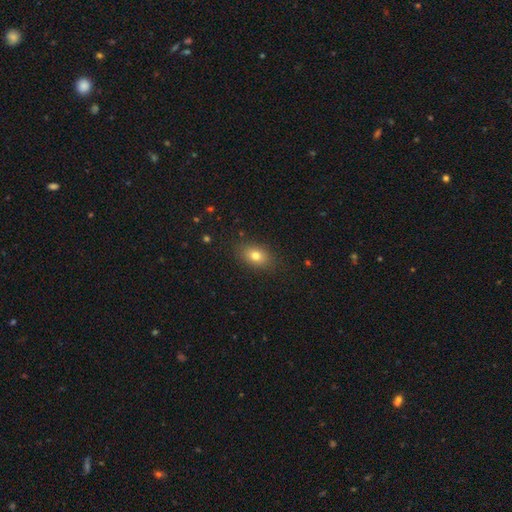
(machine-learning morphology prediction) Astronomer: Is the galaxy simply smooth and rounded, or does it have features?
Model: smooth — 78%.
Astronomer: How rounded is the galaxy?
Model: in between — 77%.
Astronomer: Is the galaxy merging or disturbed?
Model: none — 85%.